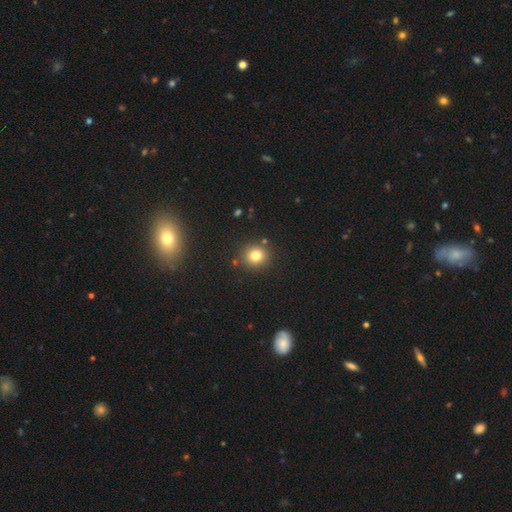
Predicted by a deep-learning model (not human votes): Smooth or featured?
  - smooth: 78% *
  - star or artifact: 15%
  - featured or disk: 8%
How rounded?
  - round: 89% *
  - in between: 10%
  - cigar-shaped: 1%
Merging?
  - none: 85% *
  - minor disturbance: 8%
  - merger: 5%
  - major disturbance: 3%